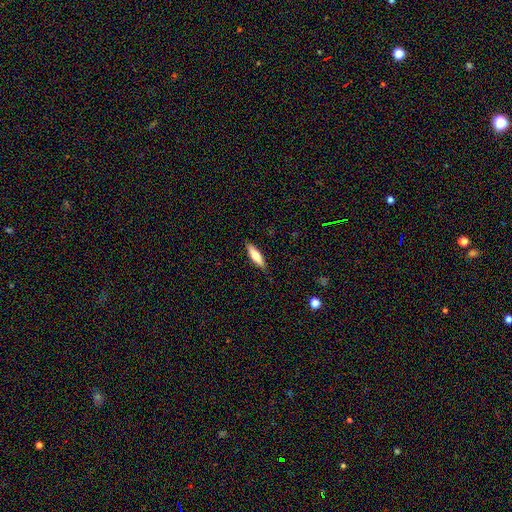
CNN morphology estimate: Smooth or featured: smooth — 70% (featured or disk — 25%)
How rounded: cigar-shaped — 67% (in between — 32%)
Merging: none — 88% (minor disturbance — 9%)